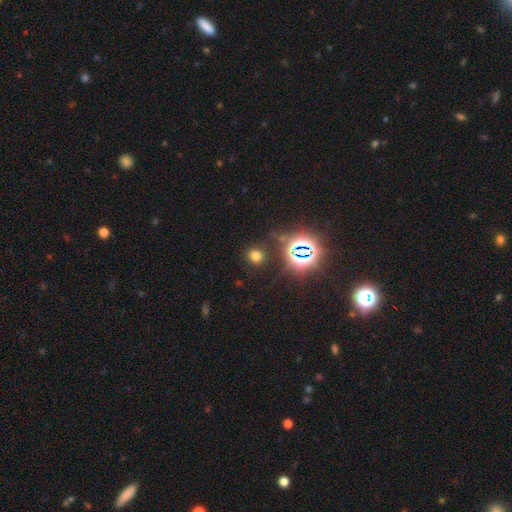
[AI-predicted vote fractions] Smooth or featured: smooth — 63% (star or artifact — 30%)
How rounded: round — 77% (in between — 21%)
Merging: none — 83% (minor disturbance — 10%)